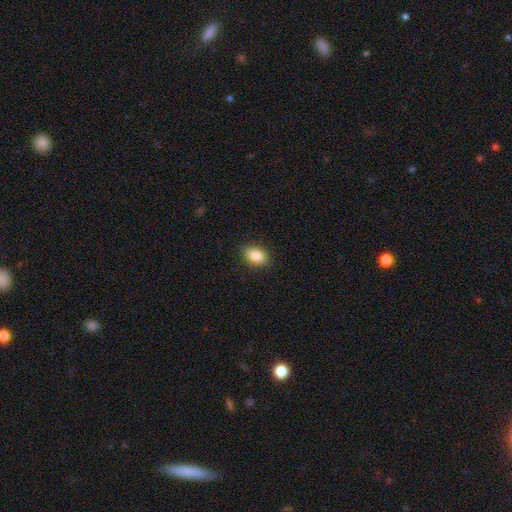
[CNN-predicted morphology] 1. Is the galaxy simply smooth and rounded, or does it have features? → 86% smooth, 8% star or artifact, 6% featured or disk.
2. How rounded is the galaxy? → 81% in between, 17% round, 1% cigar-shaped.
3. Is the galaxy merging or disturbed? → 87% none, 10% minor disturbance, 2% major disturbance, 1% merger.